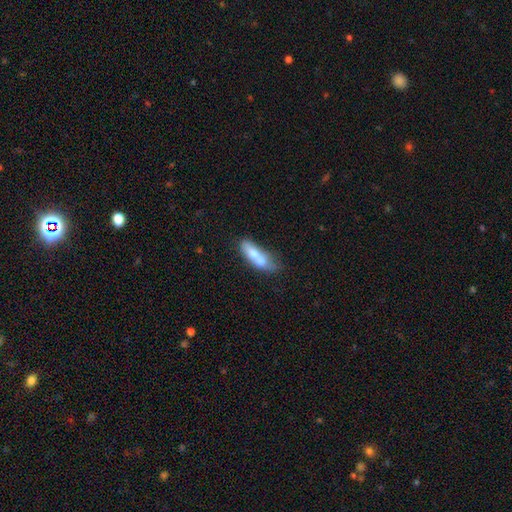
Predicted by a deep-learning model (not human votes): smooth-or-featured: smooth: 69% | featured or disk: 24% | star or artifact: 7%
  how-rounded: in between: 50% | cigar-shaped: 48% | round: 2%
  merging: none: 36% | merger: 26% | minor disturbance: 25% | major disturbance: 12%